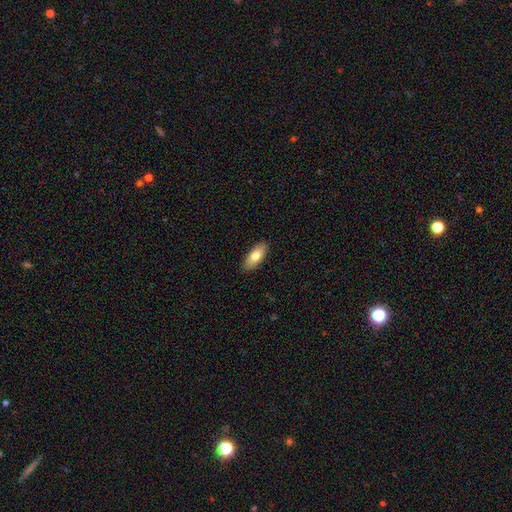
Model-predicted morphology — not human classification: Overall: smooth (76%). How rounded: in between (82%). Merging: none (90%).